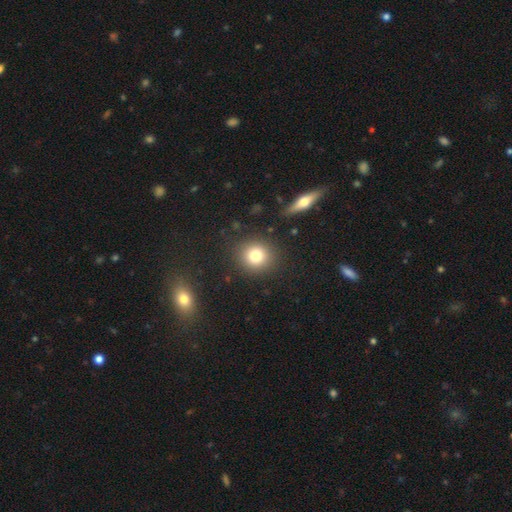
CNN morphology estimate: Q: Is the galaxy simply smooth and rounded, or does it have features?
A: smooth — 79%.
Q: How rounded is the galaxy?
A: round — 88%.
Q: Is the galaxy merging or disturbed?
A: none — 87%.